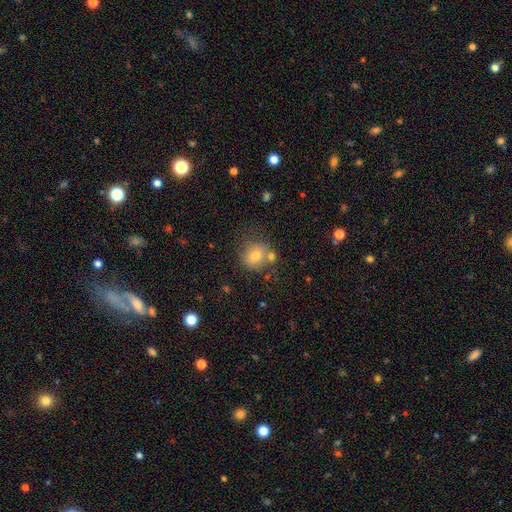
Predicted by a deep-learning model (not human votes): smooth 73%, featured or disk 16%, star or artifact 12%. Down the decision tree: how rounded — round (74%); merging — none (59%).